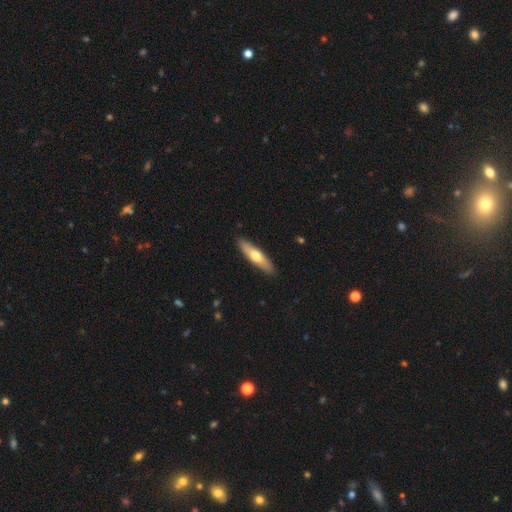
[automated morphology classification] Q: Smooth or featured?
A: smooth (57%); runner-up: featured or disk (38%)
Q: How rounded?
A: cigar-shaped (73%); runner-up: in between (25%)
Q: Merging?
A: none (90%); runner-up: minor disturbance (8%)